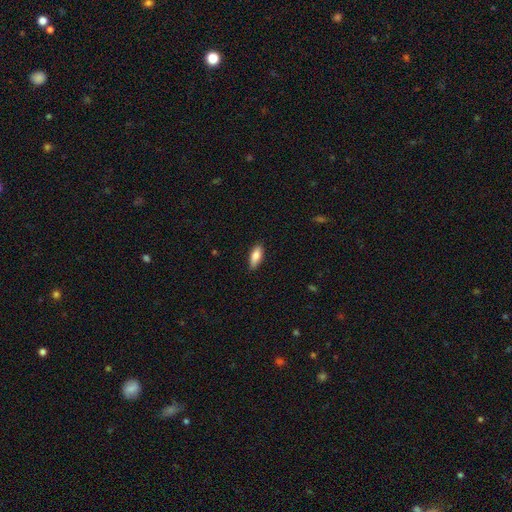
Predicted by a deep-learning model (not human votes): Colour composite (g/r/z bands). It shows a smooth galaxy with no disk features (84%) that is in between round and cigar-shaped (78%). Merging: none (83%).